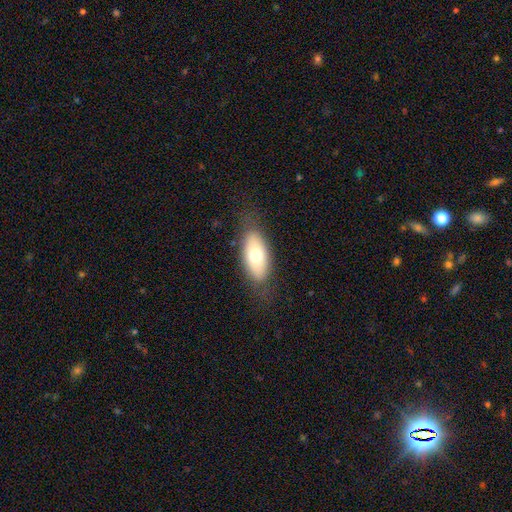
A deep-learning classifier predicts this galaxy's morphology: Smooth or featured: smooth — 67% (featured or disk — 26%)
How rounded: in between — 89% (cigar-shaped — 7%)
Merging: none — 78% (minor disturbance — 15%)